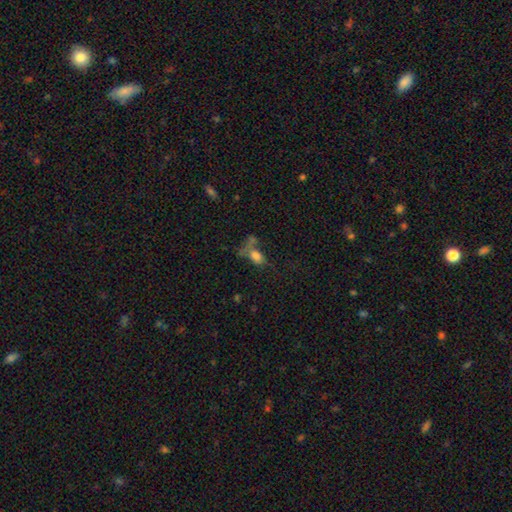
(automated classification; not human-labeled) This appears to be a smooth galaxy with no disk features (71%) that is in between round and cigar-shaped (77%). Merging: merger (30%).